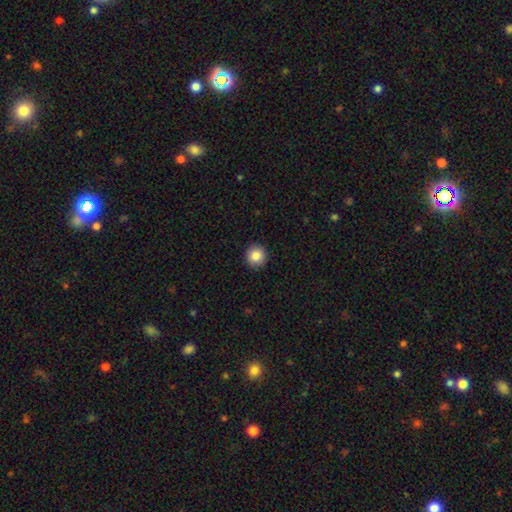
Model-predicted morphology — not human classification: A smooth galaxy with no disk features (86%) that is round (92%). Merging: none (92%).